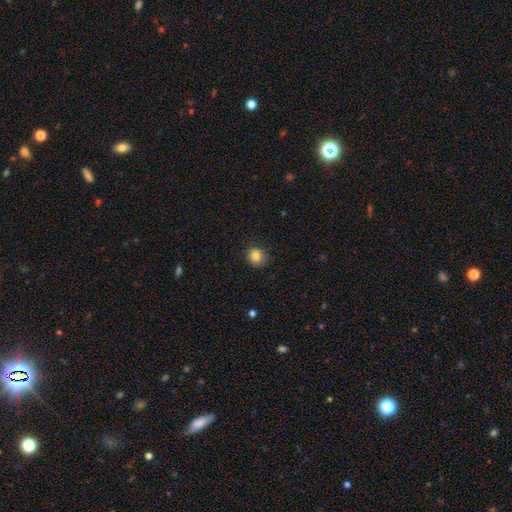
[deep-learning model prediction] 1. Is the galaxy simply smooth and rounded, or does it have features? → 83% smooth, 10% star or artifact, 6% featured or disk.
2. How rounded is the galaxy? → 80% round, 19% in between, 1% cigar-shaped.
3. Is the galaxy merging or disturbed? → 78% none, 17% minor disturbance, 4% major disturbance, 1% merger.